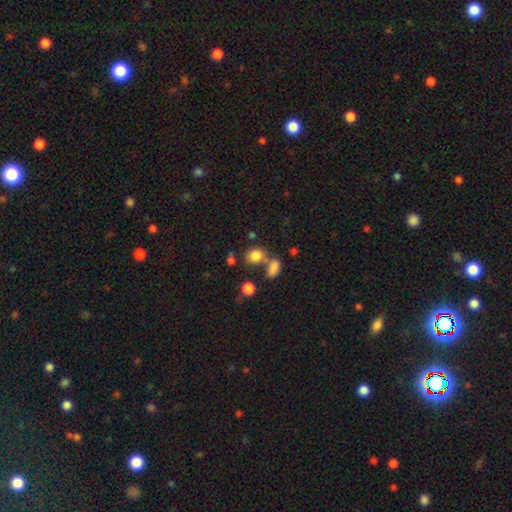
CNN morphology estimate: A smooth galaxy with no disk features (81%) that is round (51%). Merging: none (55%).